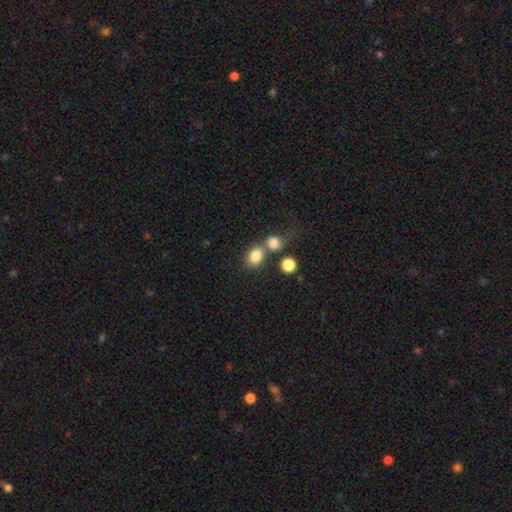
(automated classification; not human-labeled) Smooth or featured? smooth (83%)
How rounded? in between (53%)
Merging? none (48%)